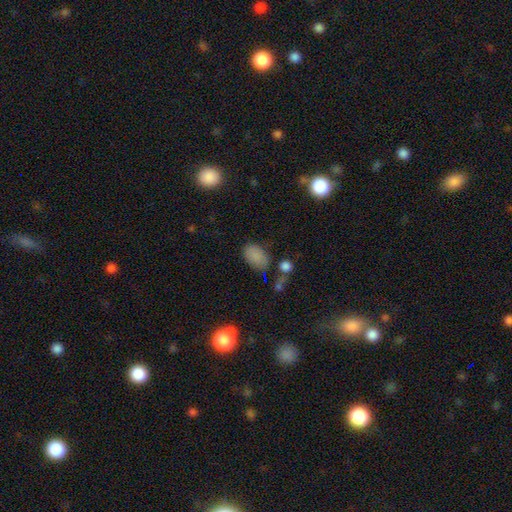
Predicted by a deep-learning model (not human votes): Smooth or featured?
  - smooth: 84% *
  - star or artifact: 11%
  - featured or disk: 5%
How rounded?
  - in between: 87% *
  - round: 11%
  - cigar-shaped: 1%
Merging?
  - none: 67% *
  - minor disturbance: 19%
  - merger: 7%
  - major disturbance: 6%